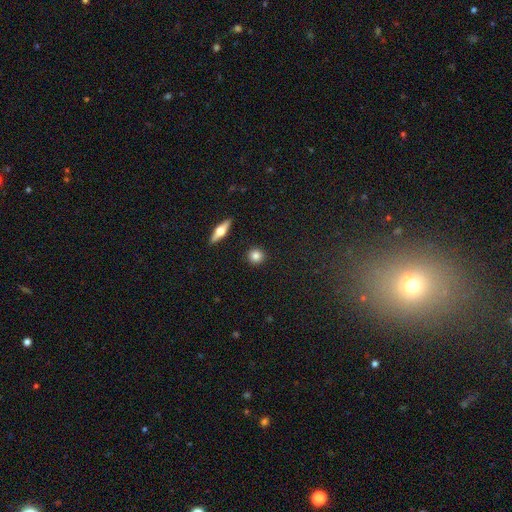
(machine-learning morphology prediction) This appears to be a smooth galaxy with no disk features (81%) that is round (91%). Merging: none (92%).